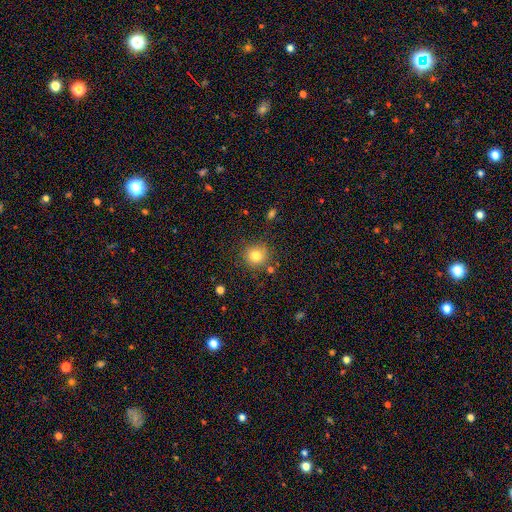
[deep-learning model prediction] Smooth or featured? Predicted: smooth (p=0.80). How rounded? Predicted: round (p=0.90). Merging? Predicted: none (p=0.82).